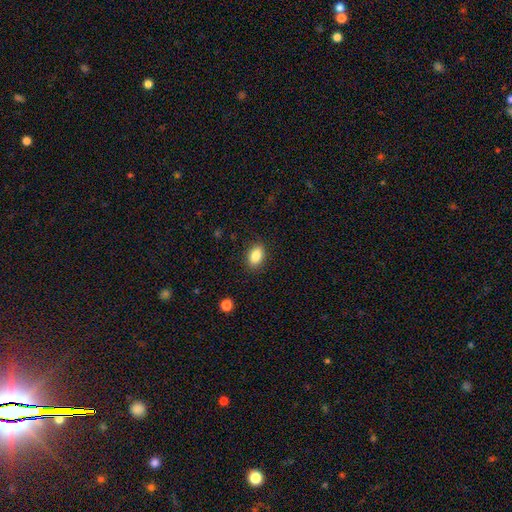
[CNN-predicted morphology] smooth_or_featured: smooth (p=0.87) [alt: star or artifact p=0.08]
how_rounded: in between (p=0.89) [alt: round p=0.09]
merging: none (p=0.88) [alt: minor disturbance p=0.09]